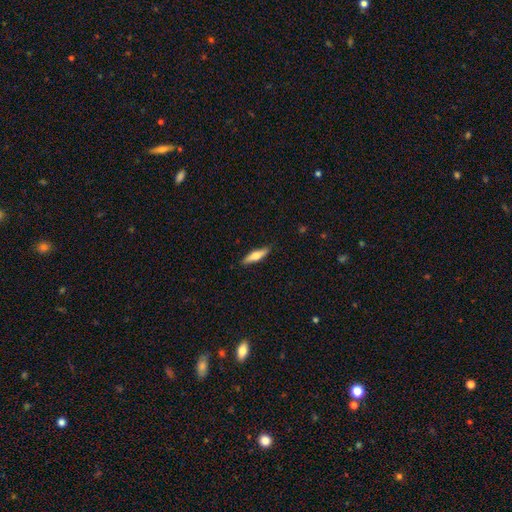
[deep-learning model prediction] This is possibly a smooth galaxy (51%). How rounded: likely cigar-shaped (71%). Merging: clearly none (88%).